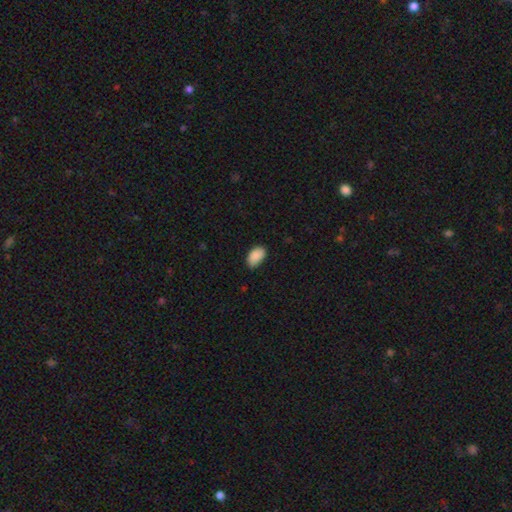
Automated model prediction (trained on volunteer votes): Q: Smooth or featured?
A: smooth (89%); runner-up: star or artifact (7%)
Q: How rounded?
A: in between (93%); runner-up: round (5%)
Q: Merging?
A: none (71%); runner-up: minor disturbance (25%)